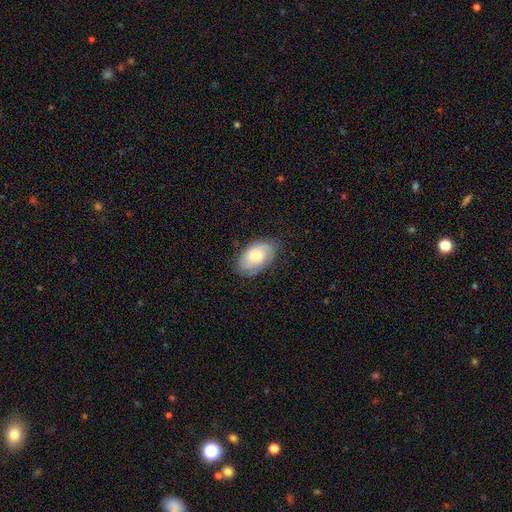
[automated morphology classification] Smooth or featured? Predicted: smooth (p=0.57). How rounded? Predicted: in between (p=0.92). Merging? Predicted: none (p=0.73).